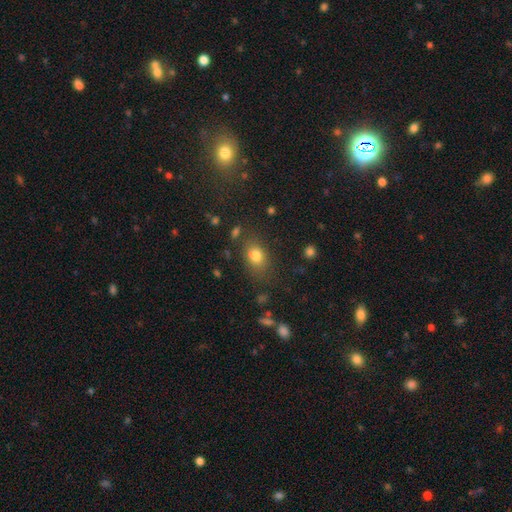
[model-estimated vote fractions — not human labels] smooth_or_featured: smooth (p=0.79) [alt: star or artifact p=0.12]
how_rounded: in between (p=0.65) [alt: round p=0.33]
merging: none (p=0.73) [alt: minor disturbance p=0.16]